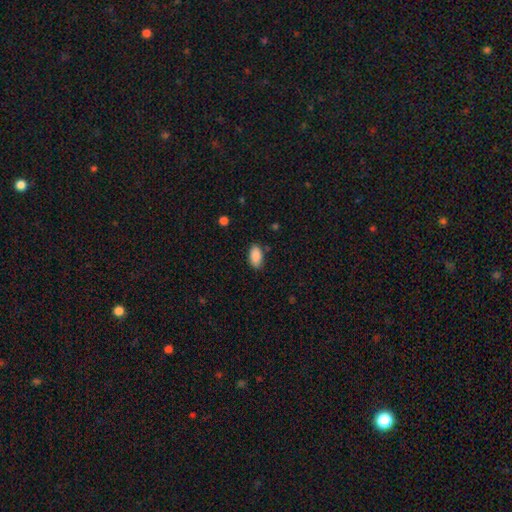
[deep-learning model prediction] A smooth galaxy with no disk features (89%) that is in between round and cigar-shaped (93%).

Vote fractions:
- Smooth or featured? smooth: 89% / star or artifact: 7% / featured or disk: 4%
- How rounded? in between: 93% / round: 4% / cigar-shaped: 2%
- Merging? none: 82% / minor disturbance: 13% / major disturbance: 3% / merger: 2%